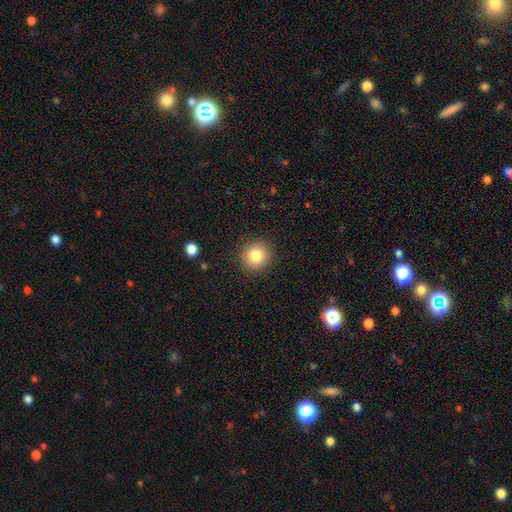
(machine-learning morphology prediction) The model was most divided on "smooth or featured": smooth: 82%, star or artifact: 11%, featured or disk: 7%. More confident: how rounded — round (92%); merging — none (90%).